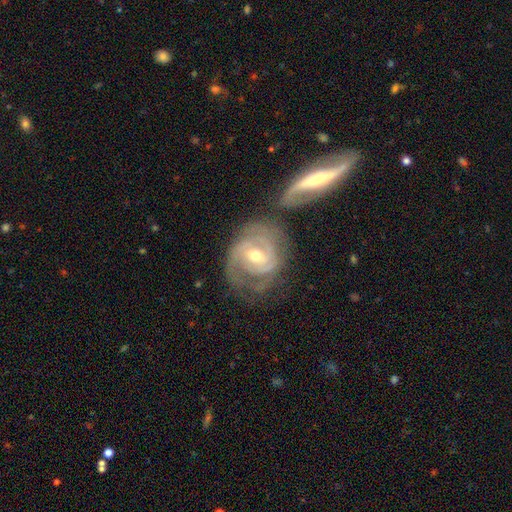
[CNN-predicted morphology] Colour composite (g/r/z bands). It shows a featured or disk galaxy (87%) with a weak bar (45%), 2 (44%) tight (60%) spiral arms (95%) and a moderate central bulge (64%). Merging: none (47%).